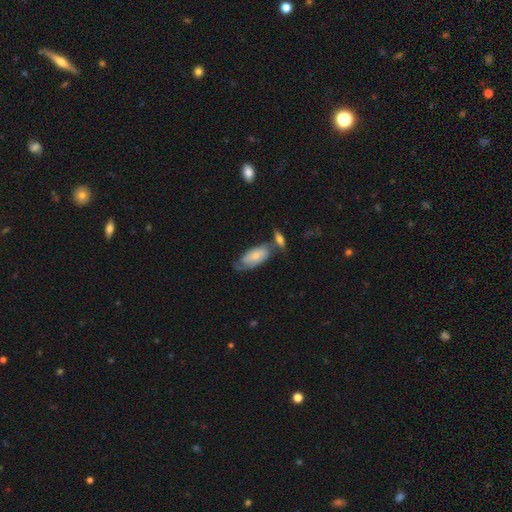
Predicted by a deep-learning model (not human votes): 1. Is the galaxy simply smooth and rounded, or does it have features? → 57% smooth, 37% featured or disk, 6% star or artifact.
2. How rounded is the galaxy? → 89% in between, 8% cigar-shaped, 3% round.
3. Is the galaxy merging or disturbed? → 43% none, 24% minor disturbance, 21% merger, 11% major disturbance.